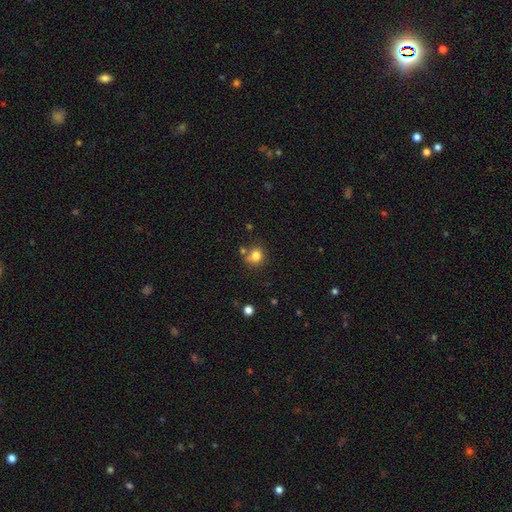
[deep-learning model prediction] Smooth or featured? smooth (80%)
How rounded? round (83%)
Merging? none (64%)